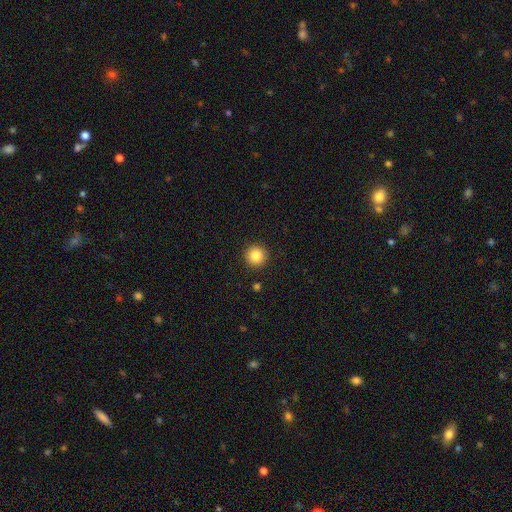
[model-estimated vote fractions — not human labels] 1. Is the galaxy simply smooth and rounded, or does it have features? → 85% smooth, 10% star or artifact, 5% featured or disk.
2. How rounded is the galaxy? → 95% round, 4% in between, 1% cigar-shaped.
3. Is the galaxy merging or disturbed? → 92% none, 5% minor disturbance, 2% major disturbance, 1% merger.